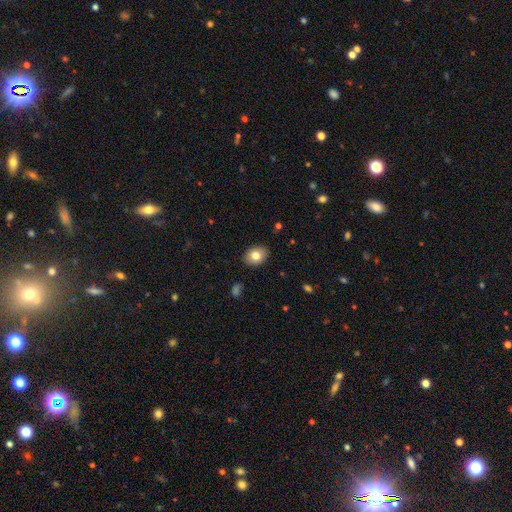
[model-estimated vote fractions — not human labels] Overall: smooth (80%). How rounded: in between (65%; round 34%). Merging: none (89%).